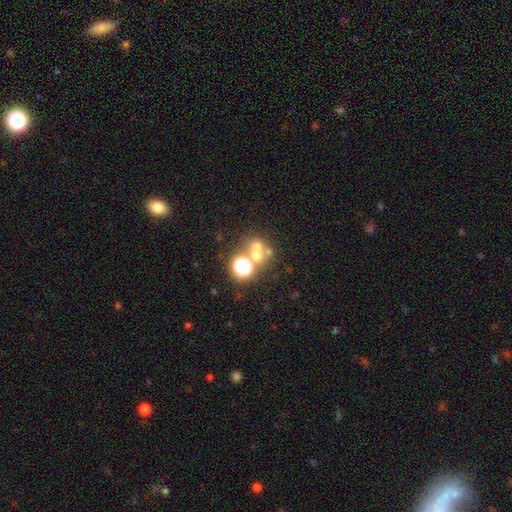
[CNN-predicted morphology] Smooth or featured? Predicted: smooth (p=0.45). Merging? Predicted: none (p=0.45).